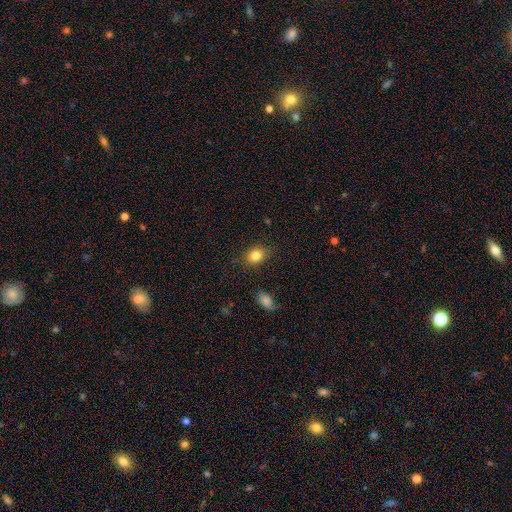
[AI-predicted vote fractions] Overall: smooth (82%). How rounded: in between (54%; round 45%). Merging: none (81%).